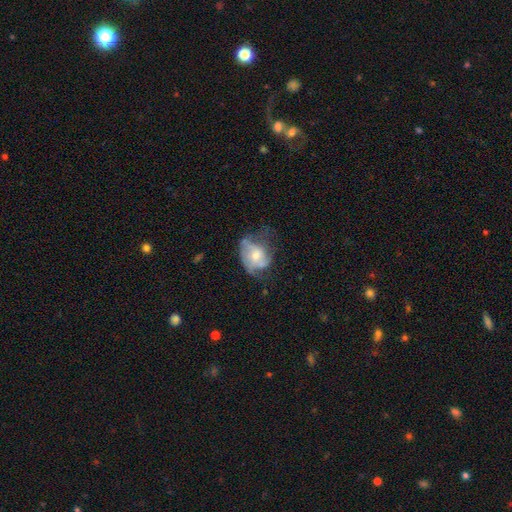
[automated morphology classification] A featured or disk galaxy (58%) with no bar (76%), spiral arms (63%) and a moderate central bulge (54%).

Vote fractions:
- Smooth or featured? featured or disk: 58% / smooth: 34% / star or artifact: 7%
- Edge-on disk? no: 97% / yes: 3%
- Bar? no: 76% / weak: 20% / strong: 3%
- Spiral arms? yes: 63% / no: 37%
- Bulge size? moderate: 54% / small: 34% / large: 6% / none: 4% / dominant: 1%
- Merging? none: 34% (tied) / major disturbance: 34% (tied) / minor disturbance: 29% / merger: 3%